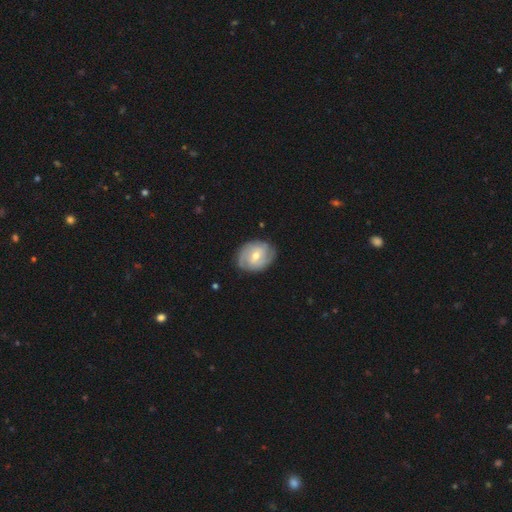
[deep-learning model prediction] Smooth or featured? Predicted: featured or disk (p=0.74). Edge-on disk? Predicted: no (p=0.96). Bar? Predicted: weak (p=0.48). Spiral arms? Predicted: yes (p=0.90). Spiral winding? Predicted: tight (p=0.57). Spiral arm count? Predicted: 2 (p=0.51). Bulge size? Predicted: moderate (p=0.61). Merging? Predicted: none (p=0.80).